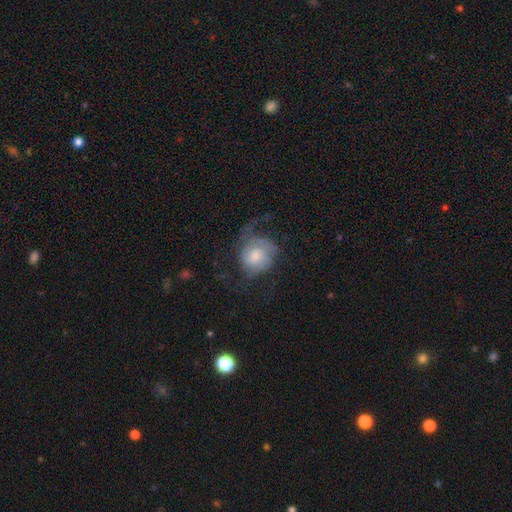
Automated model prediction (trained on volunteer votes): Morphology: type=smooth (47%); merging=major disturbance (46%).